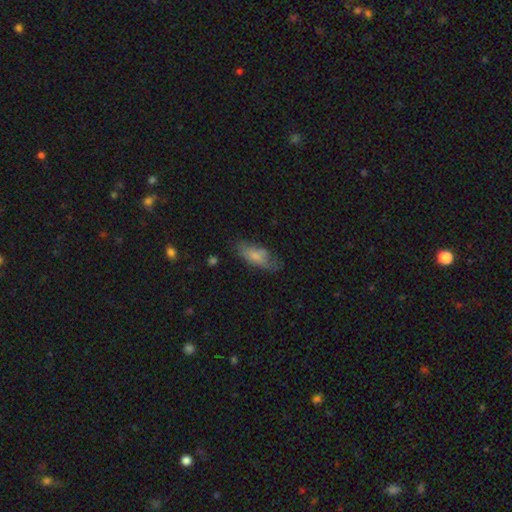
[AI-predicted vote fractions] The model was most divided on "merging": none: 56%, minor disturbance: 29%, major disturbance: 12%, merger: 3%. More confident: how rounded — in between (82%); smooth or featured — smooth (74%).